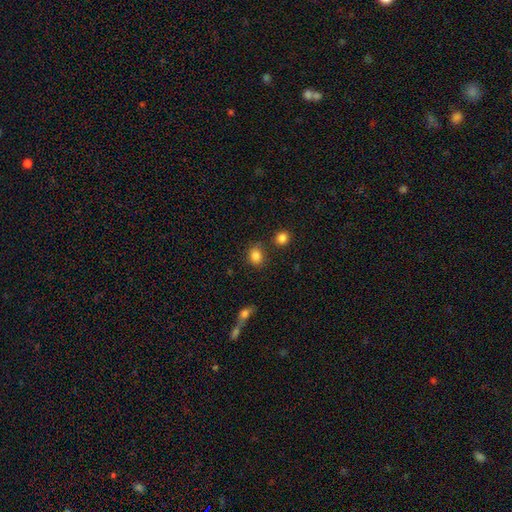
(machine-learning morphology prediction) smooth-or-featured: smooth: 85% | star or artifact: 11% | featured or disk: 5%
  how-rounded: round: 64% | in between: 34% | cigar-shaped: 1%
  merging: none: 74% | minor disturbance: 13% | merger: 9% | major disturbance: 4%